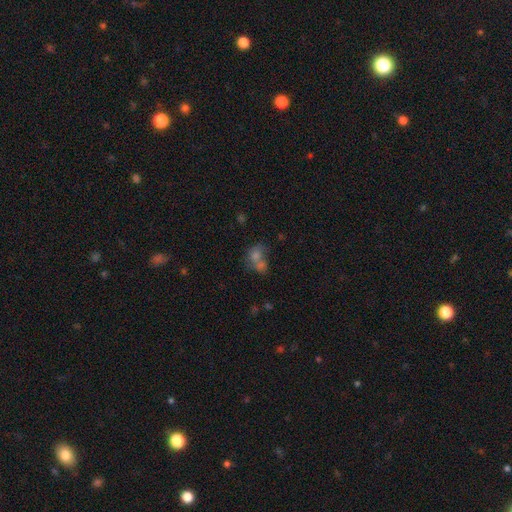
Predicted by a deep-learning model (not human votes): A smooth galaxy with no disk features (63%) that is in between round and cigar-shaped (49%, tied with round).

Vote fractions:
- Smooth or featured? smooth: 63% / star or artifact: 20% / featured or disk: 17%
- How rounded? in between: 49% (tied) / round: 49% (tied) / cigar-shaped: 2%
- Merging? merger: 52% / none: 32% / minor disturbance: 9% / major disturbance: 7%